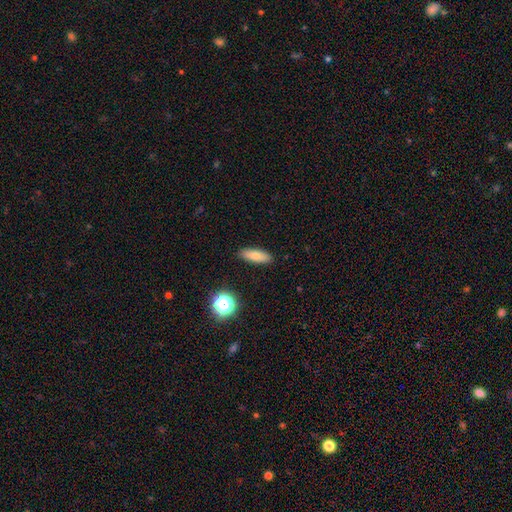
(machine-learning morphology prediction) Smooth or featured?
  - smooth: 74% *
  - featured or disk: 16%
  - star or artifact: 9%
How rounded?
  - in between: 58% *
  - cigar-shaped: 38%
  - round: 4%
Merging?
  - none: 89% *
  - minor disturbance: 8%
  - major disturbance: 2%
  - merger: 1%